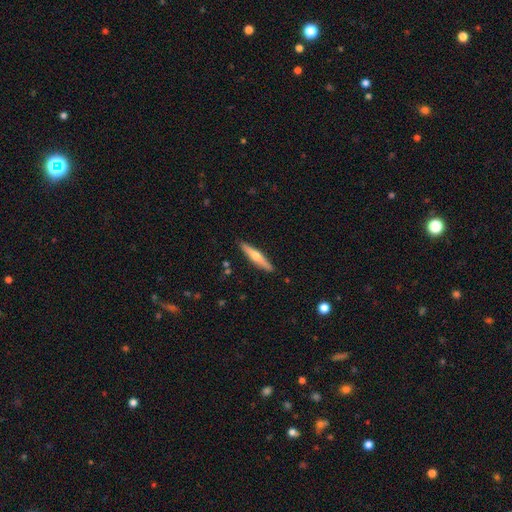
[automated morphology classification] smooth_or_featured: featured or disk (p=0.54) [alt: smooth p=0.41]
disk_edge_on: yes (p=0.96) [alt: no p=0.04]
edge_on_bulge: rounded (p=0.89) [alt: none p=0.07]
merging: none (p=0.90) [alt: minor disturbance p=0.07]